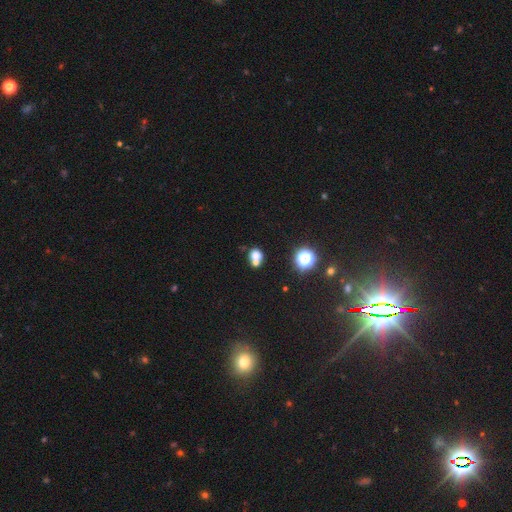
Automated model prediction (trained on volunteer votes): This appears to be a smooth galaxy with no disk features (69%) that is round (73%). Merging: merger (47%).